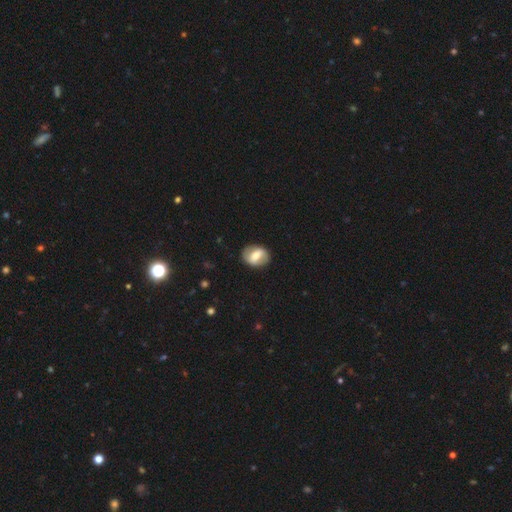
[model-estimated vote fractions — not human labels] Smooth or featured? Predicted: featured or disk (p=0.47). Merging? Predicted: none (p=0.85).